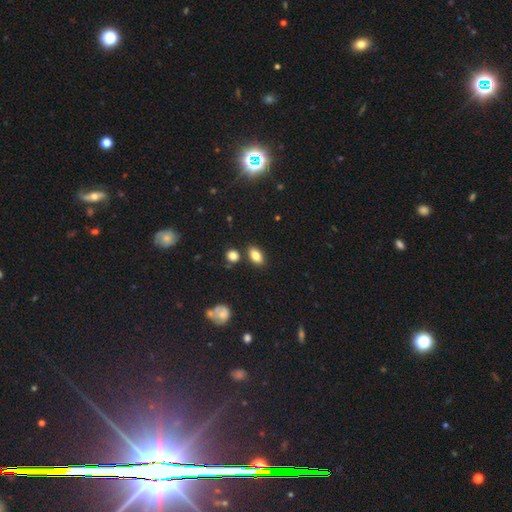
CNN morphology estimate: This is clearly a smooth galaxy (82%). How rounded: clearly in between (86%). Merging: likely none (79%).